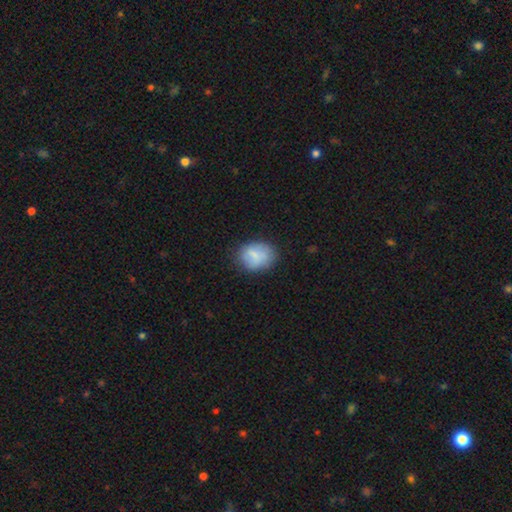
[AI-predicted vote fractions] smooth 76%, featured or disk 17%, star or artifact 7%. Down the decision tree: how rounded — in between (51%); merging — none (74%).